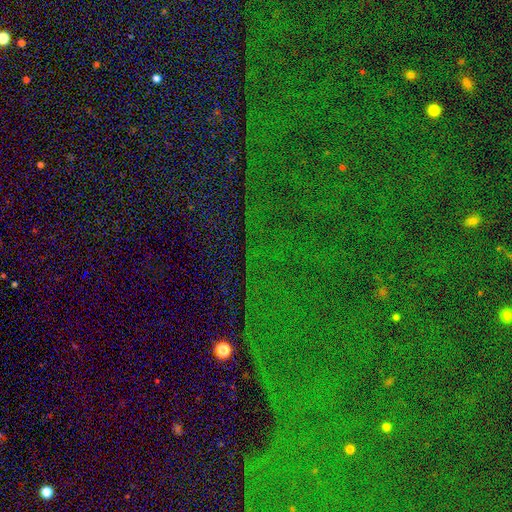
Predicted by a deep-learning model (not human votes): Smooth or featured? star or artifact (85%)